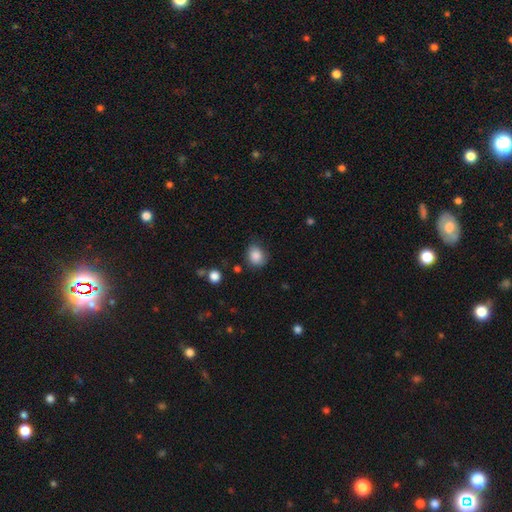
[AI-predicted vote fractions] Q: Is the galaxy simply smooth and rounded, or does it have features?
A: smooth — 85%.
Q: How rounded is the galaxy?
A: round — 64%.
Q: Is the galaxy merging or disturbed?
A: none — 67%.